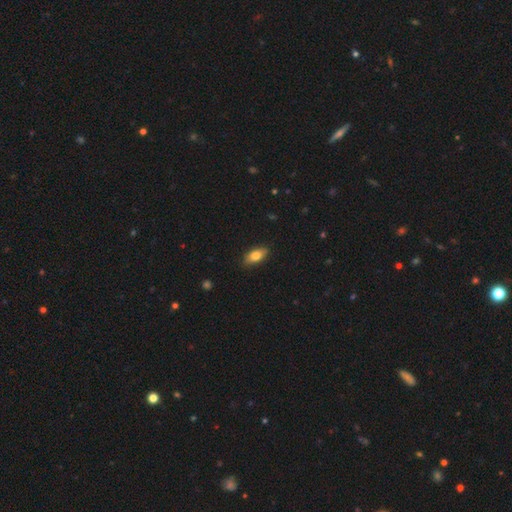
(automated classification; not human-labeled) Q: Smooth or featured?
A: smooth (78%); runner-up: featured or disk (15%)
Q: How rounded?
A: in between (85%); runner-up: cigar-shaped (11%)
Q: Merging?
A: none (87%); runner-up: minor disturbance (10%)